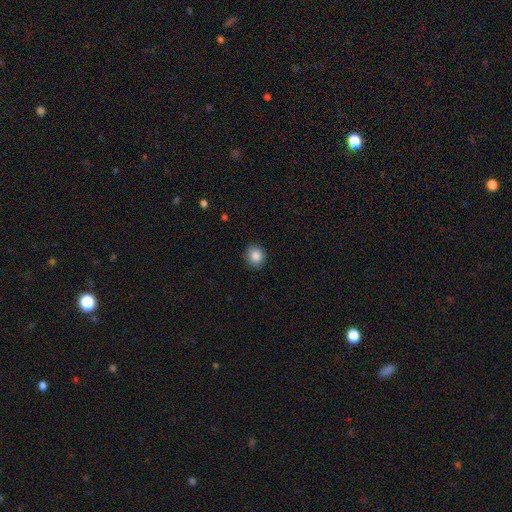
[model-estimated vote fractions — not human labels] Morphology: type=smooth (87%); roundness=round (82%); merging=none (89%).